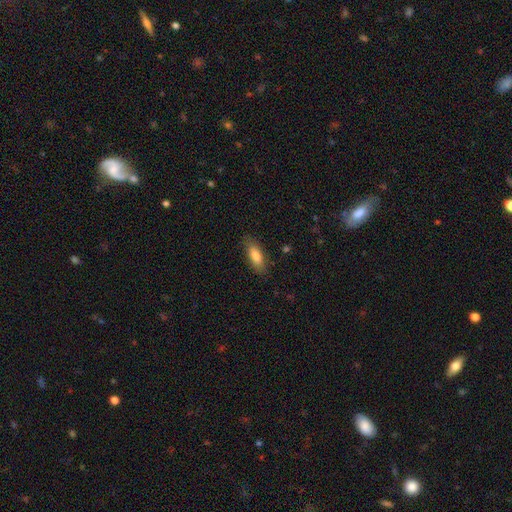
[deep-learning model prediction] A smooth galaxy with no disk features (81%) that is in between round and cigar-shaped (71%). Merging: none (83%).